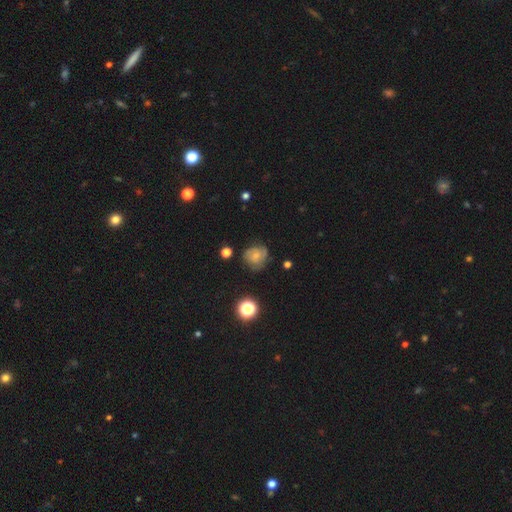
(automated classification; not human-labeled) Smooth or featured? featured or disk (52%)
Edge-on disk? no (97%)
Bar? no (72%)
Spiral arms? yes (84%)
Bulge size? small (57%)
Merging? none (64%)